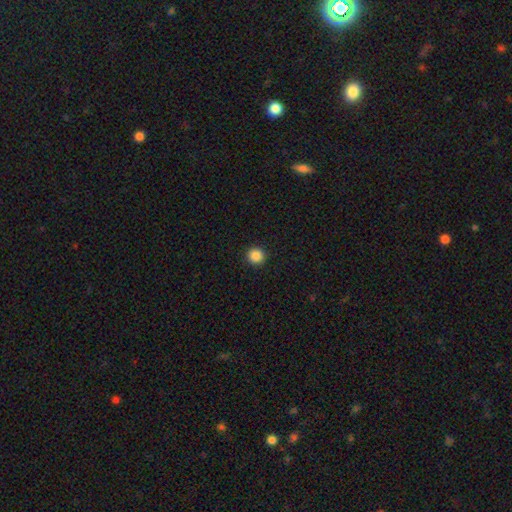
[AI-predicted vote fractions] Morphology: type=smooth (87%); roundness=round (95%); merging=none (93%).